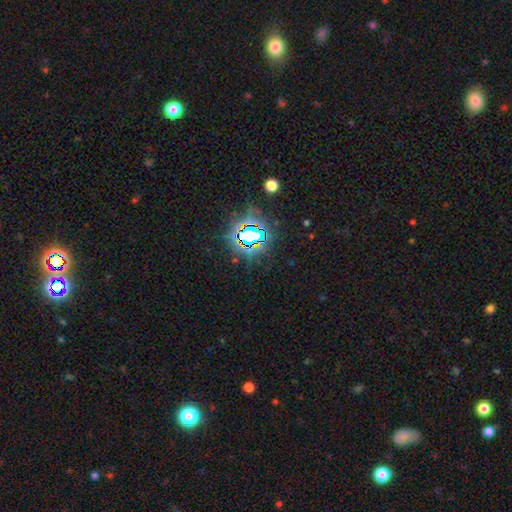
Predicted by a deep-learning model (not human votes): Morphology: type=star or artifact (80%).